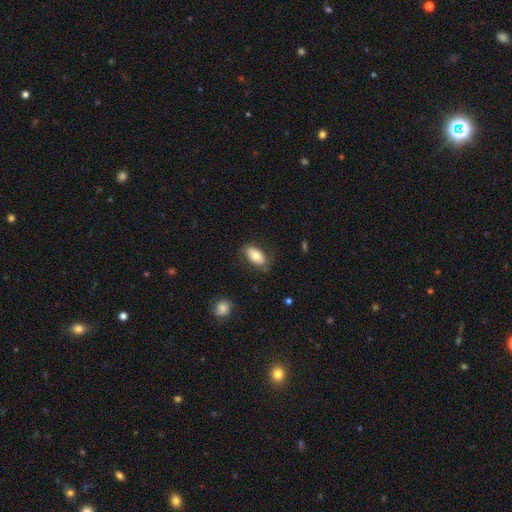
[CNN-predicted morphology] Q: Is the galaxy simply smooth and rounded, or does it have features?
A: smooth — 73%.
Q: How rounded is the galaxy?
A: in between — 92%.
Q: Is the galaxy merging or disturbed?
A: none — 78%.